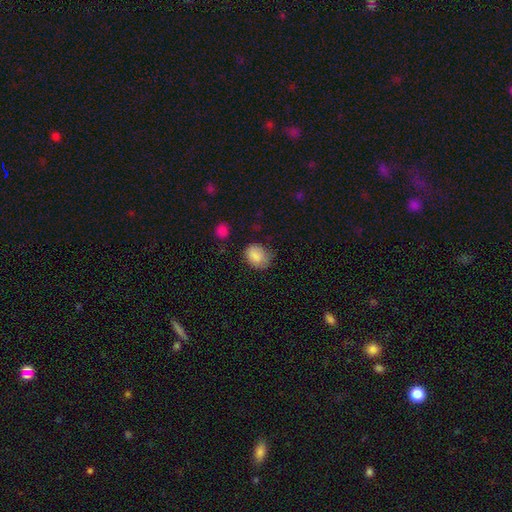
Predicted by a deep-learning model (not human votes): Smooth or featured? Predicted: smooth (p=0.85). How rounded? Predicted: in between (p=0.52). Merging? Predicted: none (p=0.58).